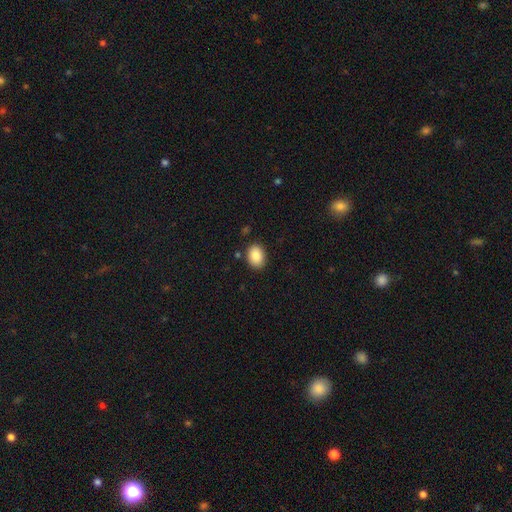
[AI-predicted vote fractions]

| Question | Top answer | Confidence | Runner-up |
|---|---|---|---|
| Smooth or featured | smooth | 87% | star or artifact (8%) |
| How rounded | in between | 75% | round (24%) |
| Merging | none | 87% | minor disturbance (9%) |